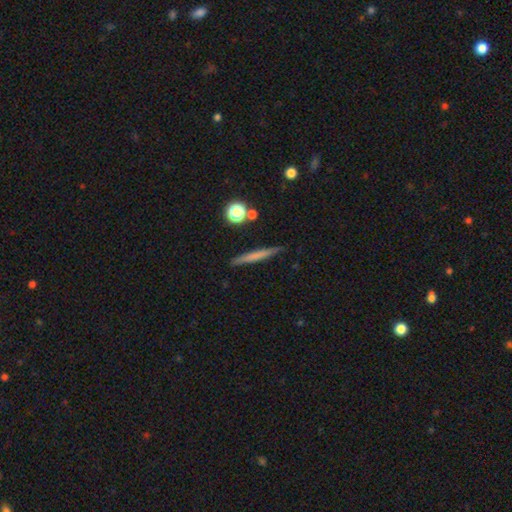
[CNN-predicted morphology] Smooth or featured?
  - smooth: 58% *
  - featured or disk: 35%
  - star or artifact: 8%
How rounded?
  - cigar-shaped: 93% *
  - in between: 4%
  - round: 3%
Merging?
  - none: 88% *
  - minor disturbance: 8%
  - merger: 2%
  - major disturbance: 2%